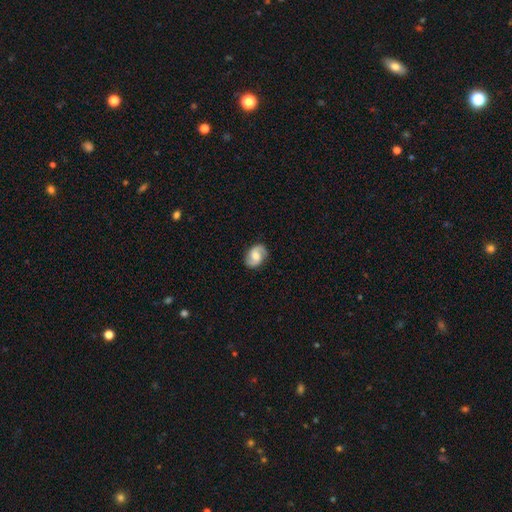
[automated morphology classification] type=featured or disk (73%); edge-on=no (98%); bar=no (46%); spiral arms=yes (95%); winding=medium (48%); arm count=2 (92%); bulge=moderate (56%); merging=none (85%).